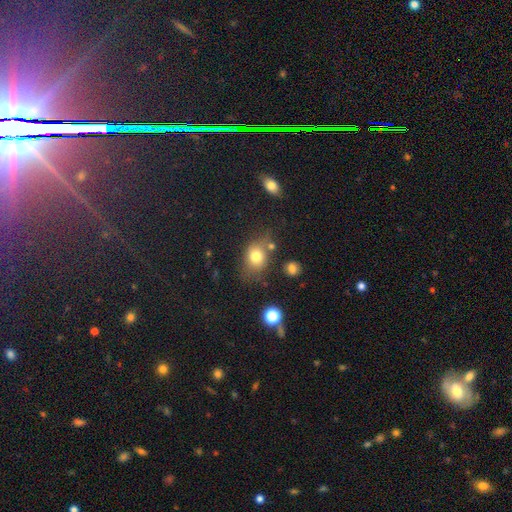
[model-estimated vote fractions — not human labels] smooth 74%, star or artifact 15%, featured or disk 11%. Down the decision tree: how rounded — in between (55%); merging — none (67%).